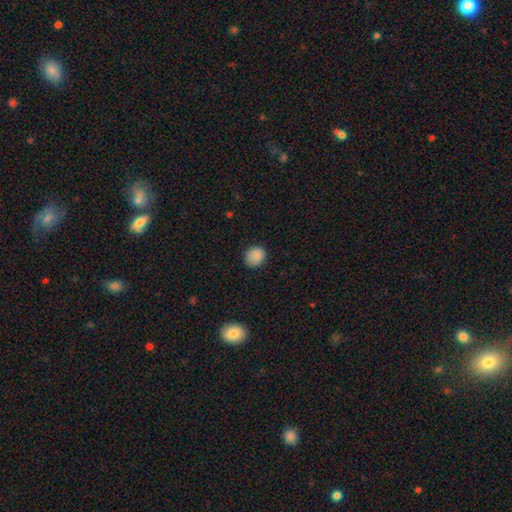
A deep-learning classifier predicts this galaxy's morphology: smooth 86%, star or artifact 9%, featured or disk 5%. Down the decision tree: how rounded — round (76%); merging — none (85%).